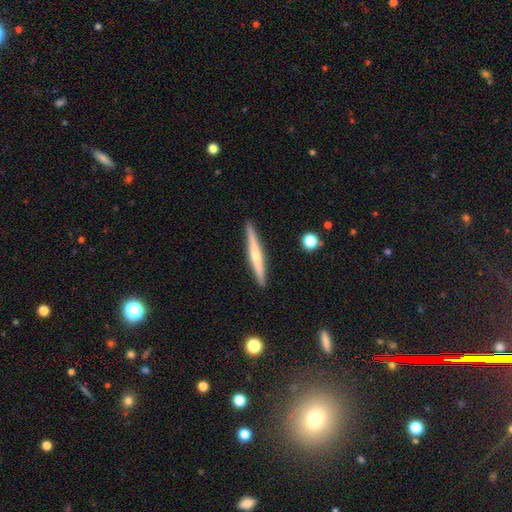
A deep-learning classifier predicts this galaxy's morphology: Q: Smooth or featured?
A: featured or disk (55%); runner-up: smooth (39%)
Q: Edge-on disk?
A: yes (97%); runner-up: no (3%)
Q: Edge-on bulge?
A: rounded (61%); runner-up: none (33%)
Q: Merging?
A: none (91%); runner-up: minor disturbance (6%)